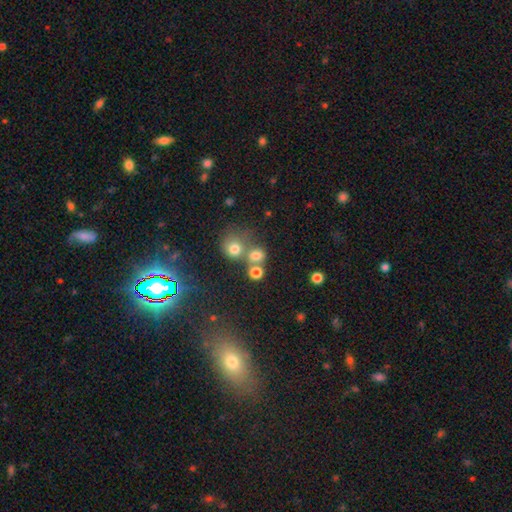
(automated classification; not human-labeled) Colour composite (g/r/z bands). It shows a smooth galaxy with no disk features (73%) that is round (72%). Merging: none (46%).